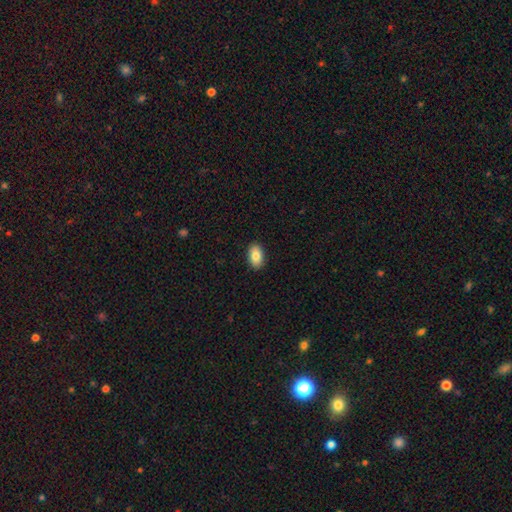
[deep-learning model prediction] Smooth or featured? smooth (84%)
How rounded? in between (92%)
Merging? none (90%)